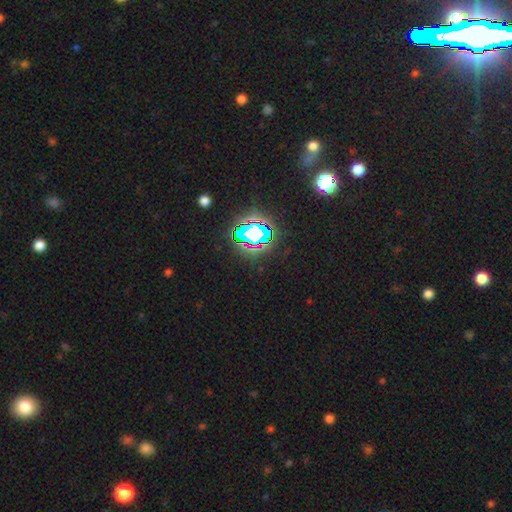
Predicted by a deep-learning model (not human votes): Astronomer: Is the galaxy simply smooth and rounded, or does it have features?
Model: star or artifact — 81%.